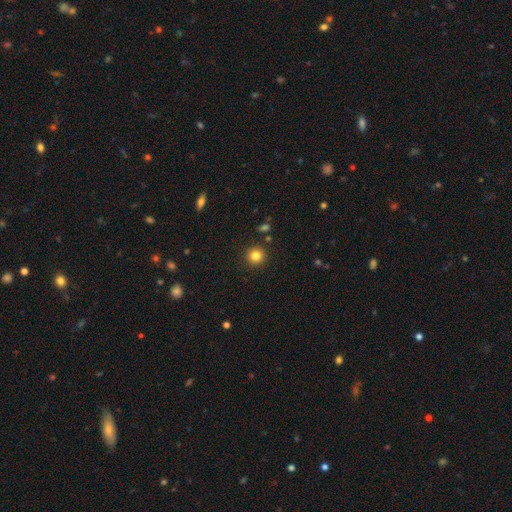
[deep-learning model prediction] Overall: smooth (82%). How rounded: round (94%). Merging: none (91%).